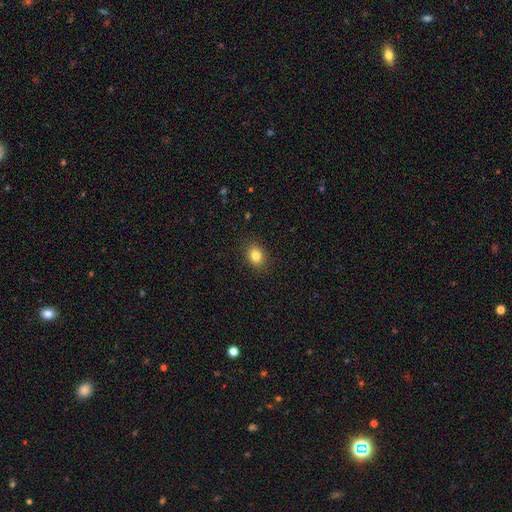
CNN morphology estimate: smooth_or_featured: smooth (p=0.82) [alt: star or artifact p=0.11]
how_rounded: round (p=0.55) [alt: in between p=0.45]
merging: none (p=0.89) [alt: minor disturbance p=0.08]